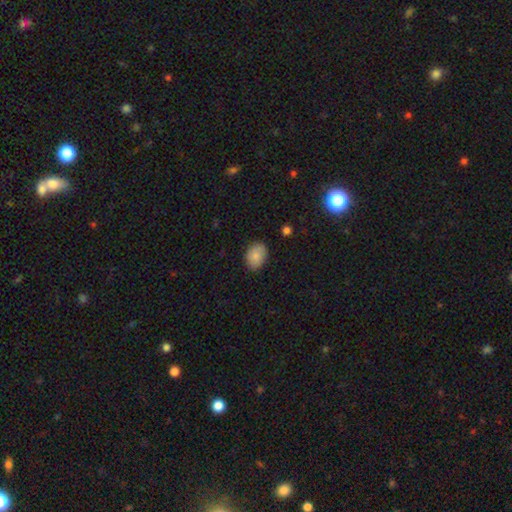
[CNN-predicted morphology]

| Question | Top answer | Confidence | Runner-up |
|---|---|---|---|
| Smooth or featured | smooth | 86% | featured or disk (7%) |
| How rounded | in between | 75% | round (24%) |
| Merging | none | 84% | minor disturbance (13%) |